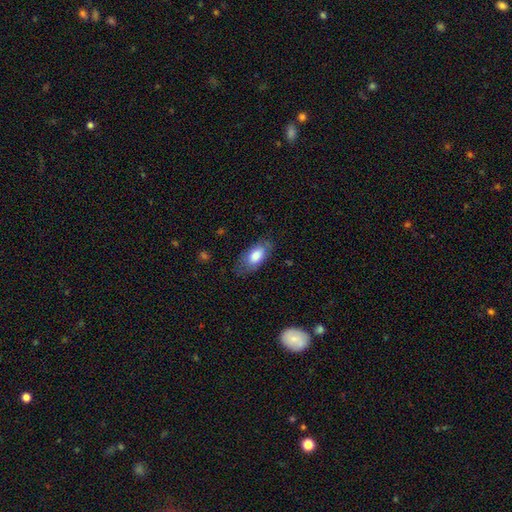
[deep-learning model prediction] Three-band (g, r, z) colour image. It shows a smooth galaxy with no disk features (77%) that is in between round and cigar-shaped (91%). Merging: none (71%).